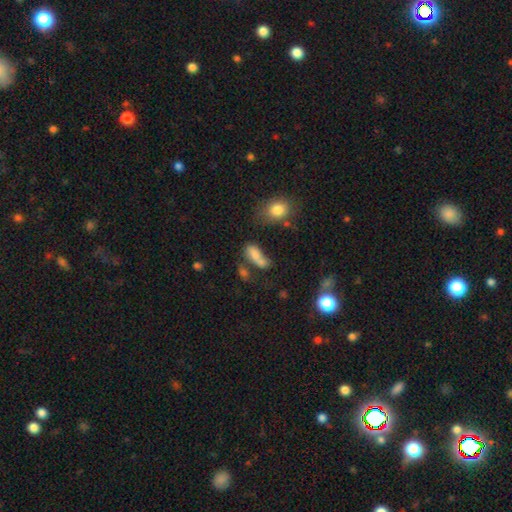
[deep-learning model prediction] smooth_or_featured: smooth (p=0.73) [alt: featured or disk p=0.15]
how_rounded: in between (p=0.79) [alt: cigar-shaped p=0.12]
merging: merger (p=0.43) [alt: none p=0.31]